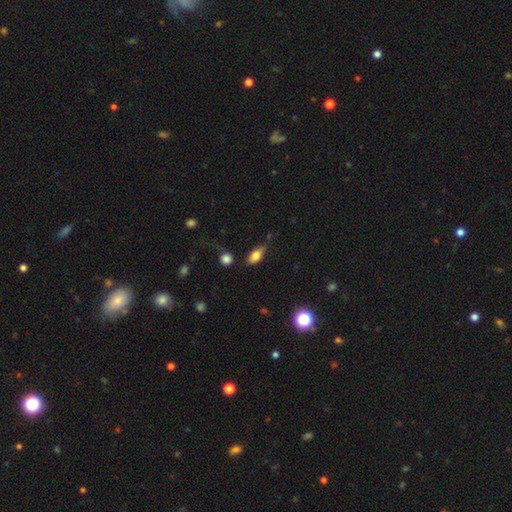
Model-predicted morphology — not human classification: type=smooth (77%); roundness=in between (85%); merging=none (57%).